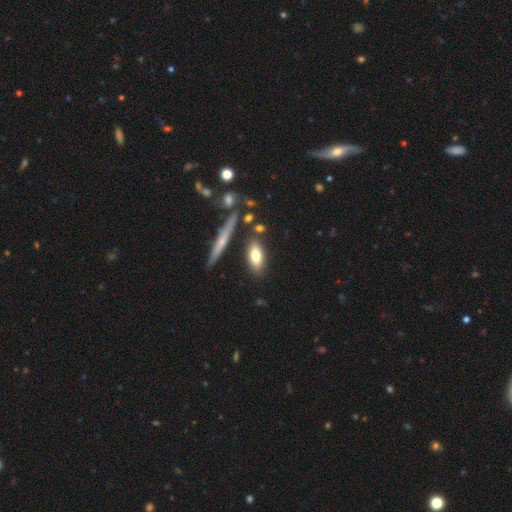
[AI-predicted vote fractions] smooth_or_featured: smooth (p=0.73) [alt: featured or disk p=0.20]
how_rounded: in between (p=0.73) [alt: cigar-shaped p=0.22]
merging: none (p=0.79) [alt: minor disturbance p=0.12]